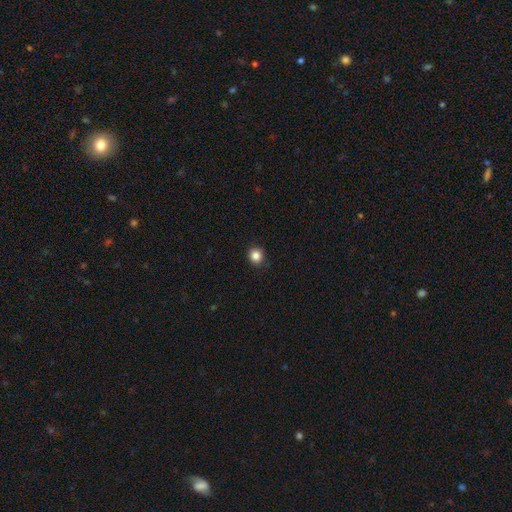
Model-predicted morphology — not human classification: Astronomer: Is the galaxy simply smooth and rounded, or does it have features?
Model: smooth — 85%.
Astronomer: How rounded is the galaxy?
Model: round — 89%.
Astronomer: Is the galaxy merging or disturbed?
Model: none — 91%.